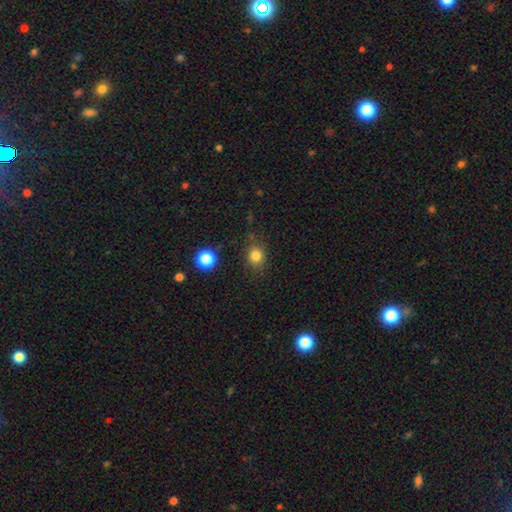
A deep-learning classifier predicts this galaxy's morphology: type=smooth (81%); roundness=round (66%); merging=none (81%).